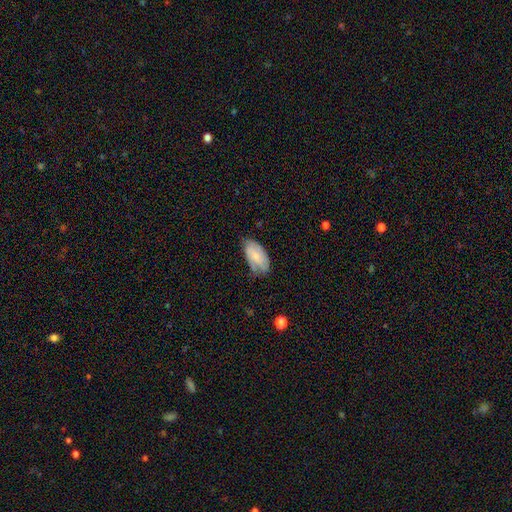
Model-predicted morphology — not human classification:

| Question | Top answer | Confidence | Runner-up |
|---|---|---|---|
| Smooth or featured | smooth | 60% | featured or disk (33%) |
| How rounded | in between | 94% | cigar-shaped (3%) |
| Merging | none | 60% | minor disturbance (32%) |